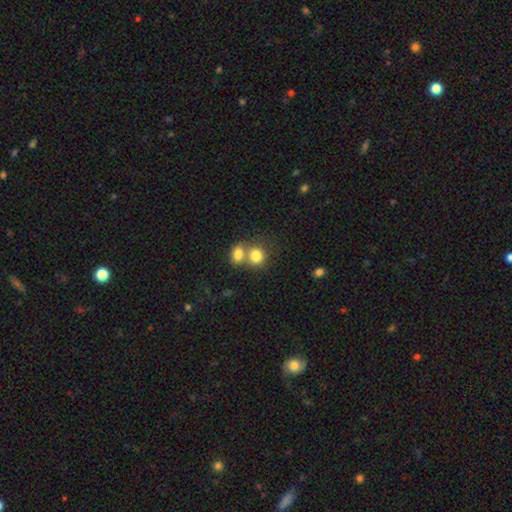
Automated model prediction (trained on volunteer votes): This appears to be a smooth galaxy with no disk features (80%) that is round (68%). Merging: merger (56%).